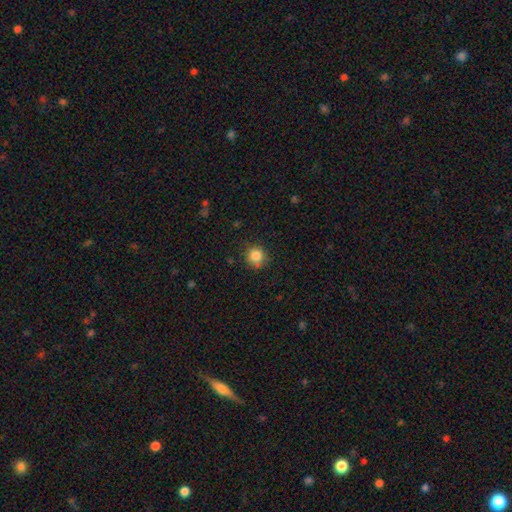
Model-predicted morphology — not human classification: A smooth galaxy with no disk features (84%) that is round (91%). Merging: none (81%).